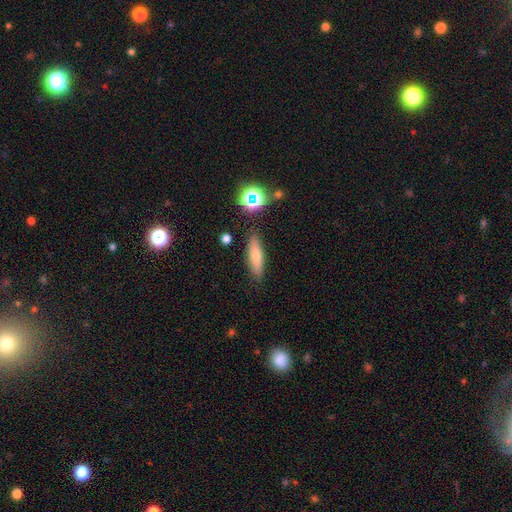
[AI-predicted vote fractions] This appears to be a smooth galaxy with no disk features (64%) that is cigar-shaped (57%). Merging: none (86%).